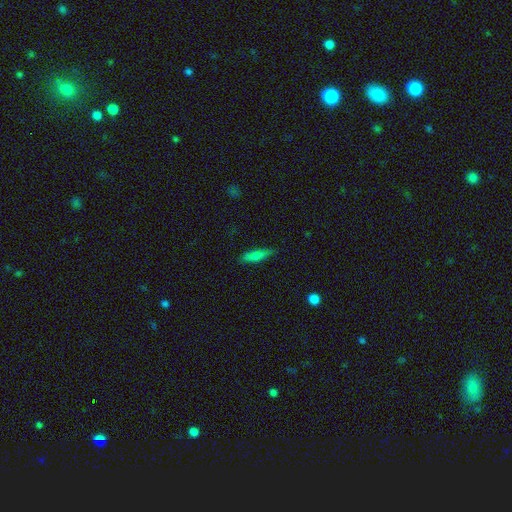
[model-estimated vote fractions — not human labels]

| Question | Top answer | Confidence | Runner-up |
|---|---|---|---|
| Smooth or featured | smooth | 71% | featured or disk (20%) |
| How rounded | cigar-shaped | 69% | in between (29%) |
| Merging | none | 81% | minor disturbance (15%) |